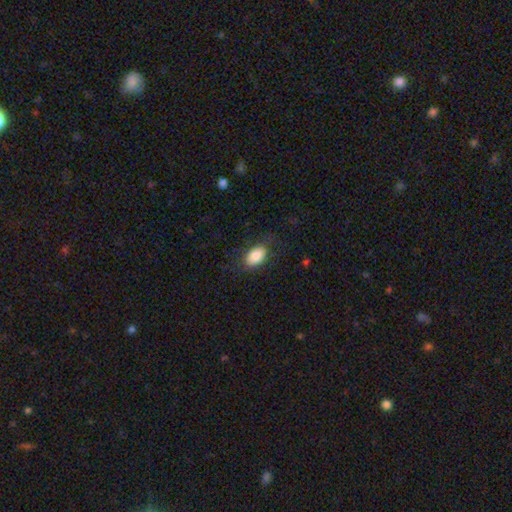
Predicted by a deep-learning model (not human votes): A smooth galaxy with no disk features (84%) that is in between round and cigar-shaped (90%).

Vote fractions:
- Smooth or featured? smooth: 84% / featured or disk: 9% / star or artifact: 7%
- How rounded? in between: 90% / round: 9% / cigar-shaped: 2%
- Merging? none: 77% / minor disturbance: 16% / major disturbance: 7% / merger: 1%